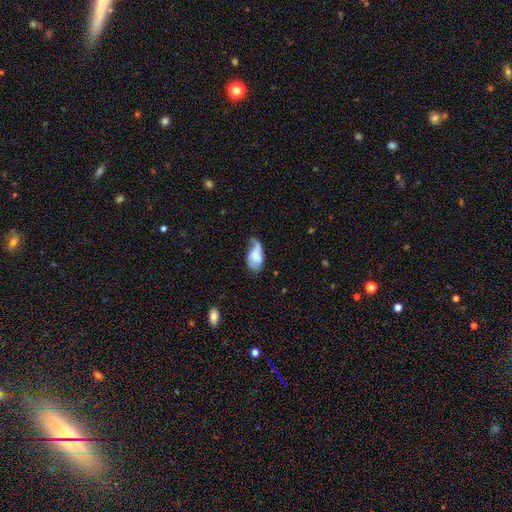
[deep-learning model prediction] smooth 48%, featured or disk 44%, star or artifact 8%. Down the decision tree: merging — minor disturbance (36%).